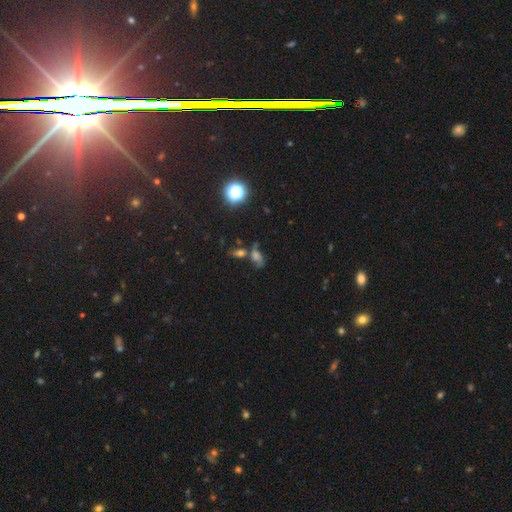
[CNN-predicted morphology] Overall: smooth (44%; star or artifact 31%). Merging: merger (41%; none 34%).